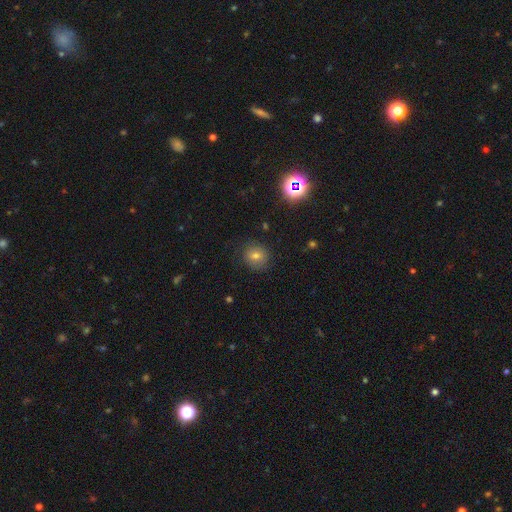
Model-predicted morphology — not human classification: Smooth or featured: smooth — 69% (star or artifact — 18%)
How rounded: round — 82% (in between — 17%)
Merging: none — 84% (minor disturbance — 11%)